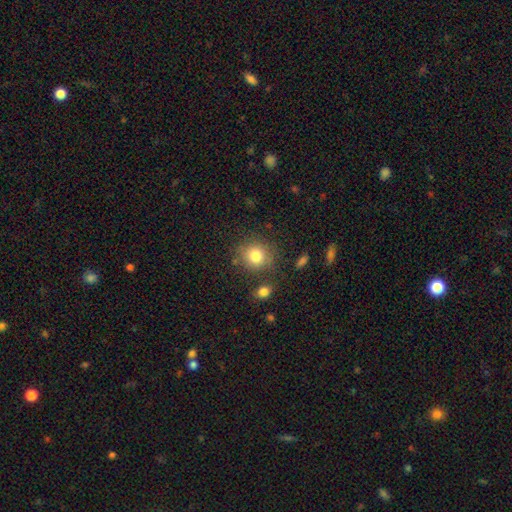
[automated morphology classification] smooth 81%, star or artifact 11%, featured or disk 8%. Down the decision tree: how rounded — round (83%); merging — none (78%).